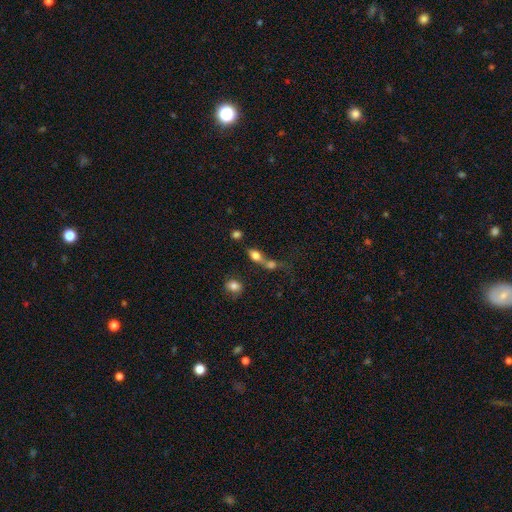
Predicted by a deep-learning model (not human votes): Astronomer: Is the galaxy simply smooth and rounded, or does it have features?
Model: smooth — 73%.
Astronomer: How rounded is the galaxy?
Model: in between — 69%.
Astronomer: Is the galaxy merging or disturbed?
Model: merger — 58%.